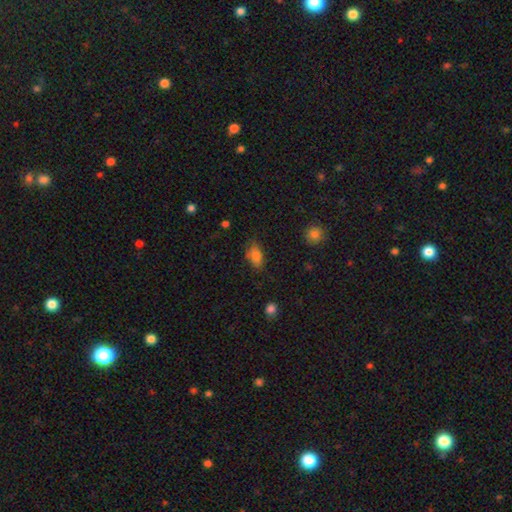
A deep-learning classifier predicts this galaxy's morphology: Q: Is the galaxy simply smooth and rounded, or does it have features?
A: smooth — 82%.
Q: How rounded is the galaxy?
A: in between — 90%.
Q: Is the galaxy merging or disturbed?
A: none — 63%.